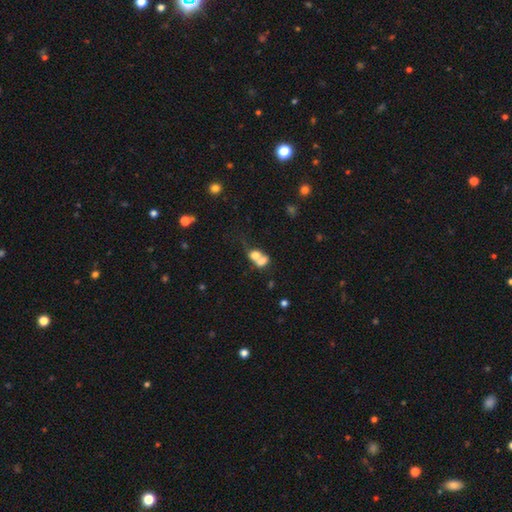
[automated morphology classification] Smooth or featured?
  - smooth: 67% *
  - featured or disk: 22%
  - star or artifact: 11%
How rounded?
  - in between: 51% *
  - round: 47%
  - cigar-shaped: 2%
Merging?
  - merger: 71% *
  - none: 16%
  - major disturbance: 7%
  - minor disturbance: 7%